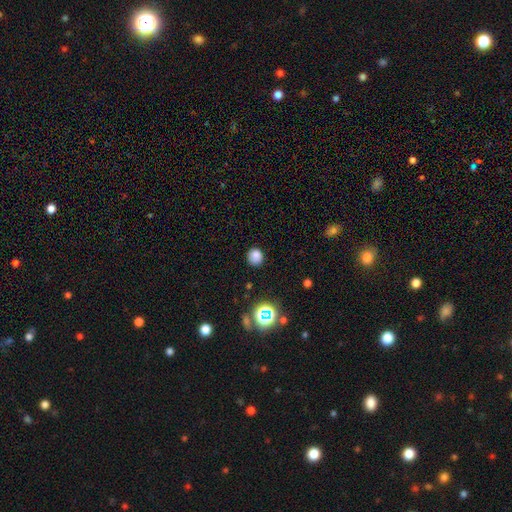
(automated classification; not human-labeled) smooth_or_featured: smooth (p=0.78) [alt: star or artifact p=0.16]
how_rounded: round (p=0.85) [alt: in between p=0.14]
merging: none (p=0.82) [alt: minor disturbance p=0.13]